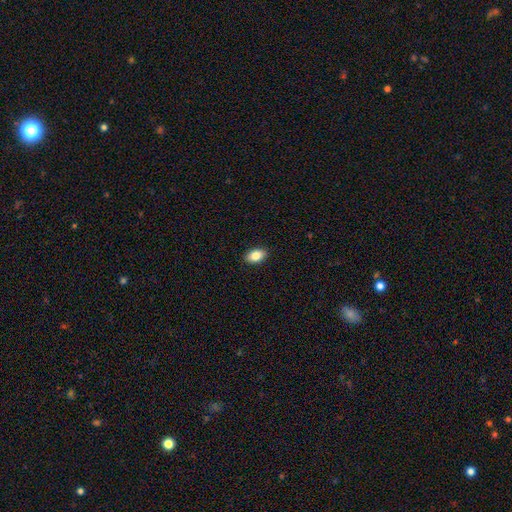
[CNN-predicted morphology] type=smooth (86%); roundness=in between (90%); merging=none (90%).